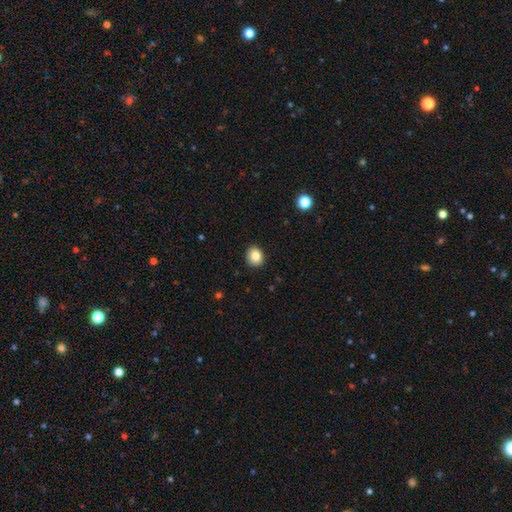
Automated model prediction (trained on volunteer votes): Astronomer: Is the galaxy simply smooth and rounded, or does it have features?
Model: smooth — 84%.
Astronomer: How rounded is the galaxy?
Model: round — 75%.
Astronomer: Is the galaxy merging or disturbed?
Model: none — 91%.